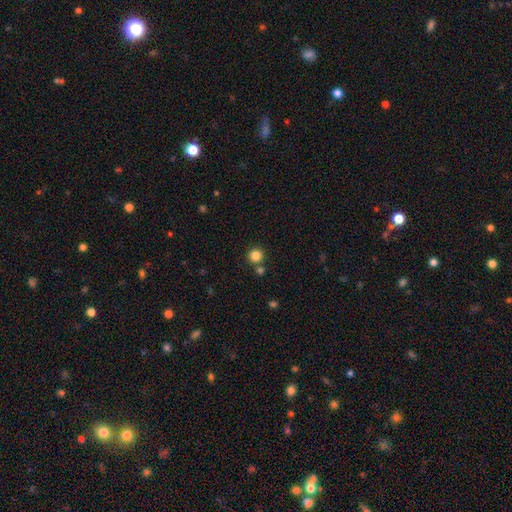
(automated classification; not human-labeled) The model was most divided on "merging": none: 79%, merger: 12%, minor disturbance: 7%, major disturbance: 2%. More confident: how rounded — round (94%); smooth or featured — smooth (83%).